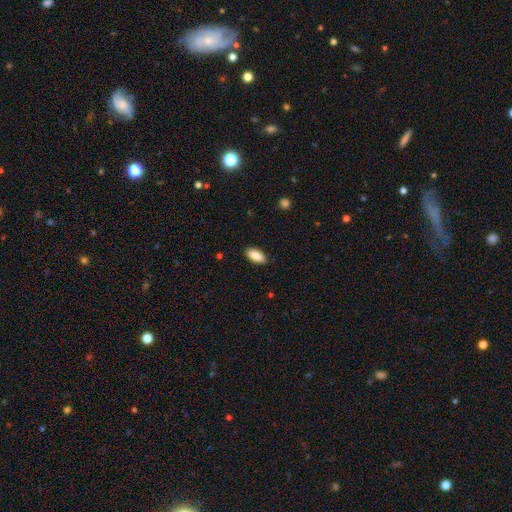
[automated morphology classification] A smooth galaxy with no disk features (88%) that is in between round and cigar-shaped (89%).

Vote fractions:
- Smooth or featured? smooth: 88% / star or artifact: 7% / featured or disk: 5%
- How rounded? in between: 89% / cigar-shaped: 8% / round: 2%
- Merging? none: 88% / minor disturbance: 10% / major disturbance: 2% / merger: 1%